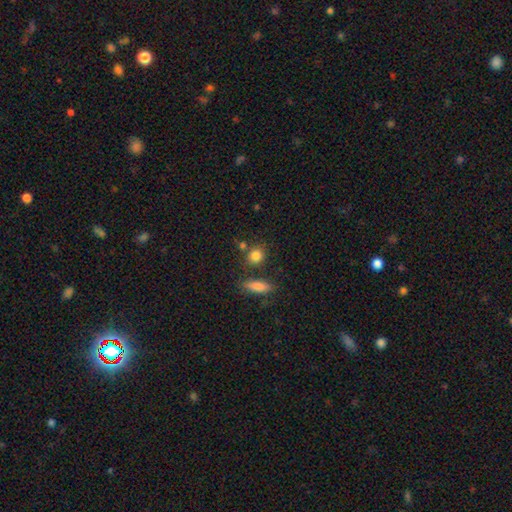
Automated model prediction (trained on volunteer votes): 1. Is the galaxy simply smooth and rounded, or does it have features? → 83% smooth, 10% star or artifact, 7% featured or disk.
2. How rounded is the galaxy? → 73% round, 24% in between, 3% cigar-shaped.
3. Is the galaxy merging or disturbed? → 72% none, 13% merger, 11% minor disturbance, 4% major disturbance.